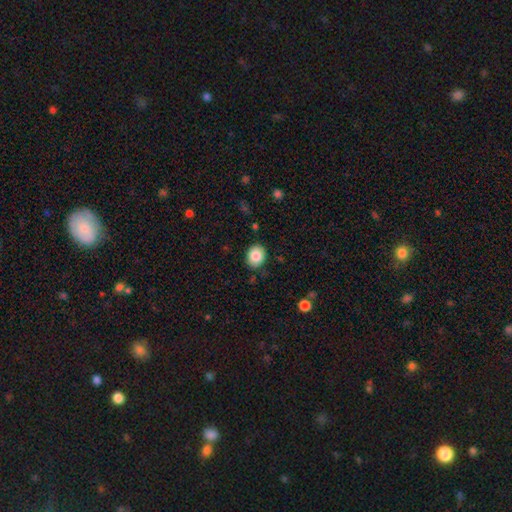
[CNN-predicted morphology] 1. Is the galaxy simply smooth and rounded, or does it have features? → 87% smooth, 8% star or artifact, 5% featured or disk.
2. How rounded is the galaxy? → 54% round, 45% in between, 1% cigar-shaped.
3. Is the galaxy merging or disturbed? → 87% none, 9% minor disturbance, 2% major disturbance, 1% merger.